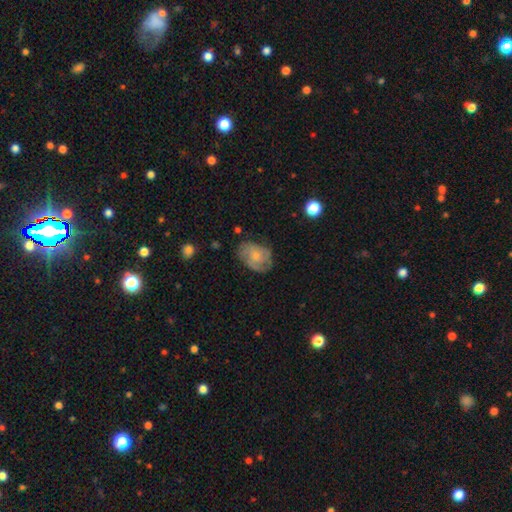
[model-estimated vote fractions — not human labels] Smooth or featured? Predicted: featured or disk (p=0.50). Edge-on disk? Predicted: no (p=0.97). Merging? Predicted: none (p=0.58).